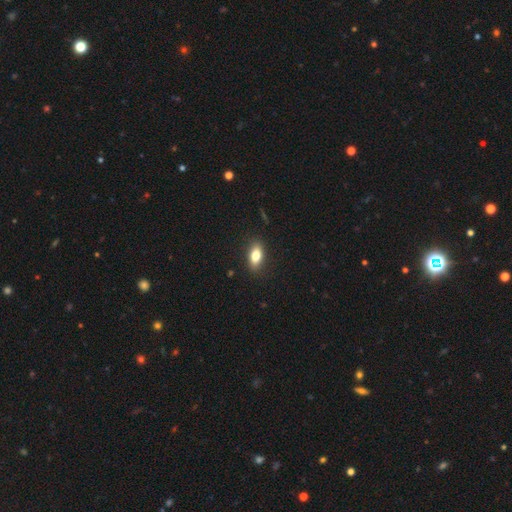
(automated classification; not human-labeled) This appears to be a smooth galaxy with no disk features (79%) that is in between round and cigar-shaped (84%). Merging: none (87%).